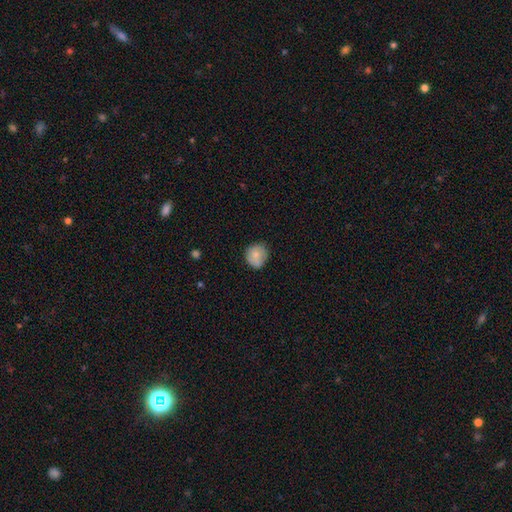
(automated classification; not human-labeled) Q: Smooth or featured?
A: smooth (77%); runner-up: featured or disk (16%)
Q: How rounded?
A: round (83%); runner-up: in between (16%)
Q: Merging?
A: none (71%); runner-up: minor disturbance (23%)